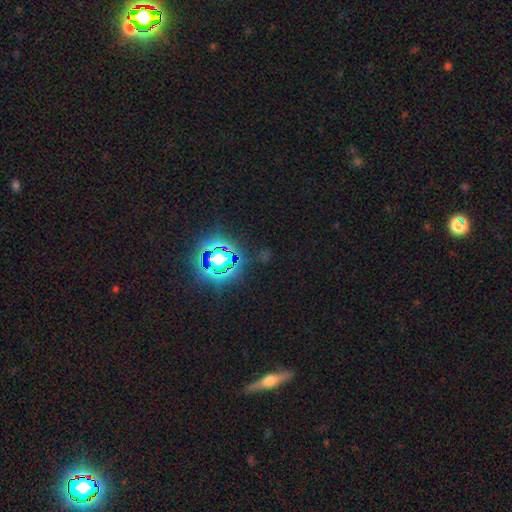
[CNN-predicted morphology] Q: Smooth or featured?
A: star or artifact (75%); runner-up: smooth (15%)